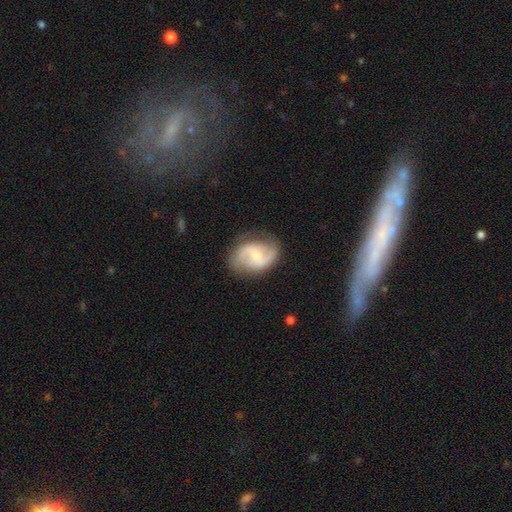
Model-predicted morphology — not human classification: Smooth or featured?
  - featured or disk: 76% *
  - smooth: 18%
  - star or artifact: 6%
Edge-on disk?
  - no: 97% *
  - yes: 3%
Bar?
  - weak: 52% *
  - no: 32%
  - strong: 16%
Spiral arms?
  - yes: 92% *
  - no: 8%
Spiral winding?
  - medium: 47% *
  - loose: 37%
  - tight: 17%
Spiral arm count?
  - 2: 88% *
  - can't tell: 6%
  - 1: 2%
  - 3: 1%
  - 4: 1%
  - more than 4: 1%
Bulge size?
  - small: 45% *
  - moderate: 44%
  - none: 7%
  - large: 4%
  - dominant: 1%
Merging?
  - none: 74% *
  - minor disturbance: 18%
  - major disturbance: 7%
  - merger: 1%